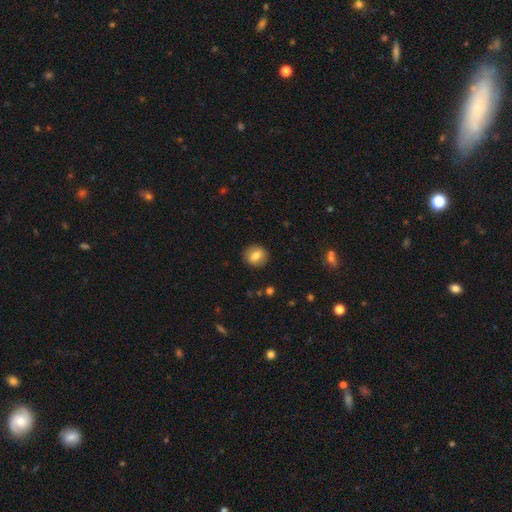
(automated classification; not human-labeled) smooth_or_featured: smooth (p=0.77) [alt: featured or disk p=0.15]
how_rounded: round (p=0.79) [alt: in between p=0.20]
merging: none (p=0.90) [alt: minor disturbance p=0.07]